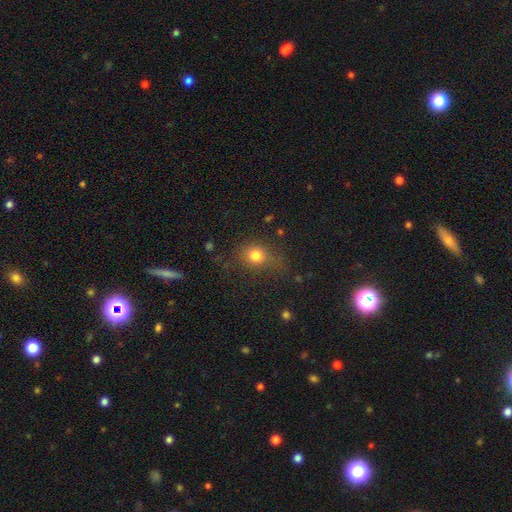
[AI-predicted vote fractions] This appears to be a smooth galaxy with no disk features (76%) that is round (69%). Merging: none (66%).